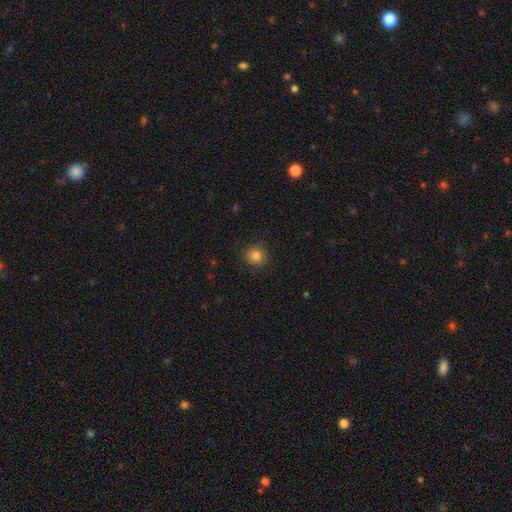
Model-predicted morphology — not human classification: This is clearly a smooth galaxy (82%). How rounded: clearly round (90%). Merging: clearly none (90%).